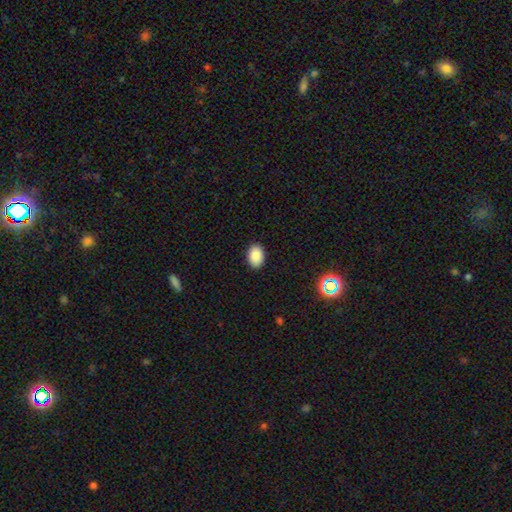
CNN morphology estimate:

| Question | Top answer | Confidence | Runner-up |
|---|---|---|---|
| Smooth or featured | smooth | 89% | star or artifact (8%) |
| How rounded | in between | 85% | round (14%) |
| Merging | none | 90% | minor disturbance (7%) |